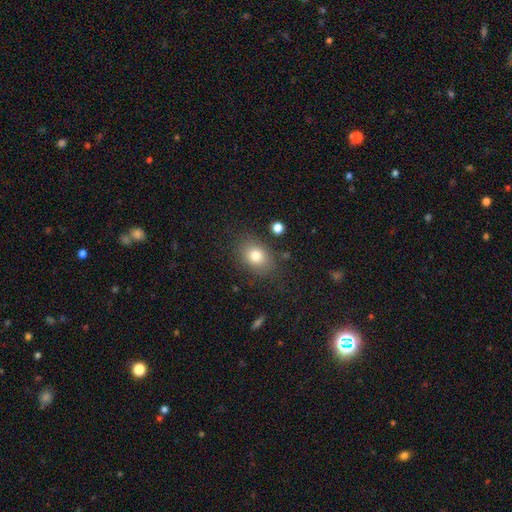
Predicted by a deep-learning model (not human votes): This appears to be a smooth galaxy with no disk features (80%) that is in between round and cigar-shaped (65%). Merging: none (79%).